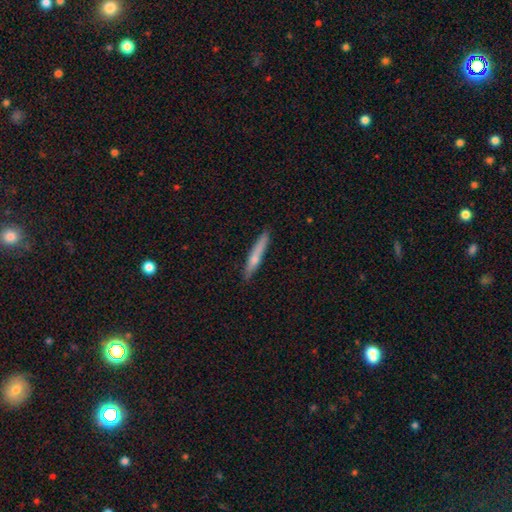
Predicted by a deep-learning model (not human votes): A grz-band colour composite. It shows a smooth galaxy with no disk features (61%) that is cigar-shaped (94%). Merging: none (88%).